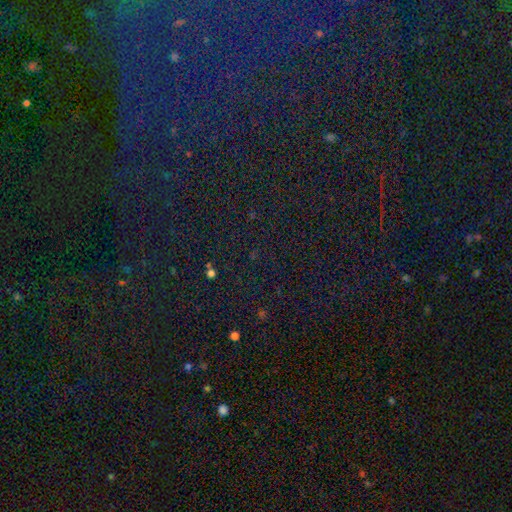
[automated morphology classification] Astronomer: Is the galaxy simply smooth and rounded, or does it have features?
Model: star or artifact — 82%.